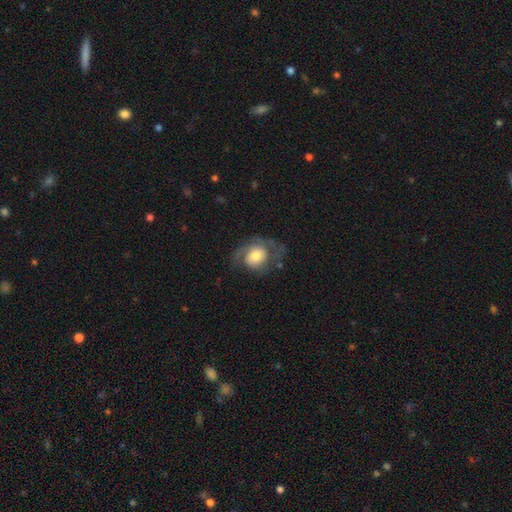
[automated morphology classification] A featured or disk galaxy (62%) with no bar (74%), 2 (67%) medium (45%) spiral arms (86%) and a moderate central bulge (45%). Merging: none (54%).